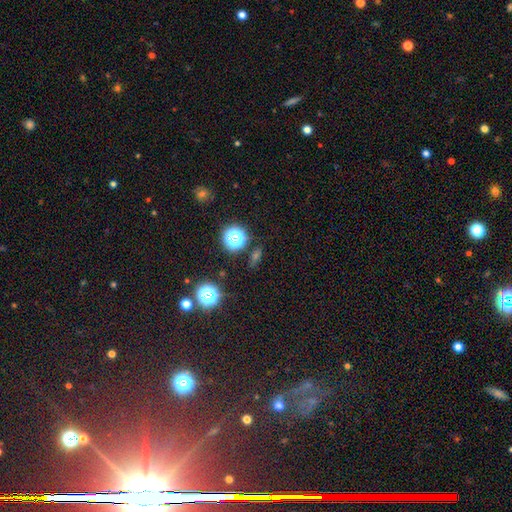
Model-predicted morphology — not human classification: smooth-or-featured: star or artifact: 52% | smooth: 37% | featured or disk: 11%